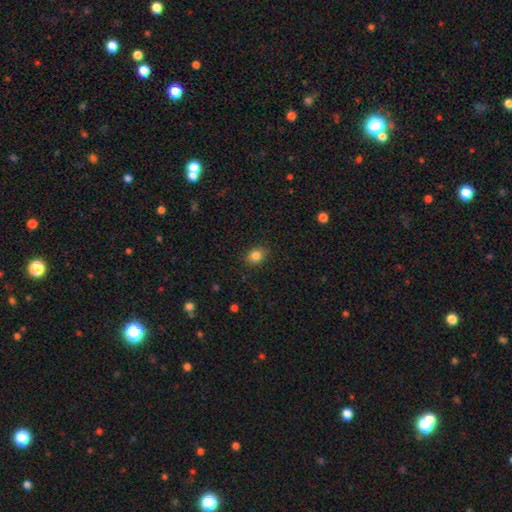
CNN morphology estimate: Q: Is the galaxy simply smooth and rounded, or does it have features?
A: smooth — 84%.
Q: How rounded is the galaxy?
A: round — 53%.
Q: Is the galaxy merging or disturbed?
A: none — 86%.